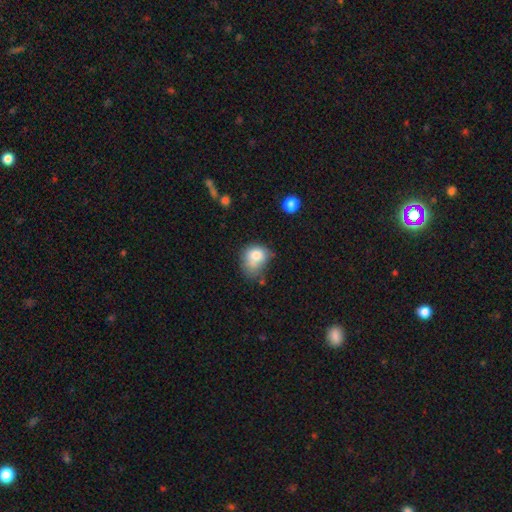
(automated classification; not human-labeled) This is likely a smooth galaxy (76%). How rounded: possibly in between (51%). Merging: marginally minor disturbance (33%).